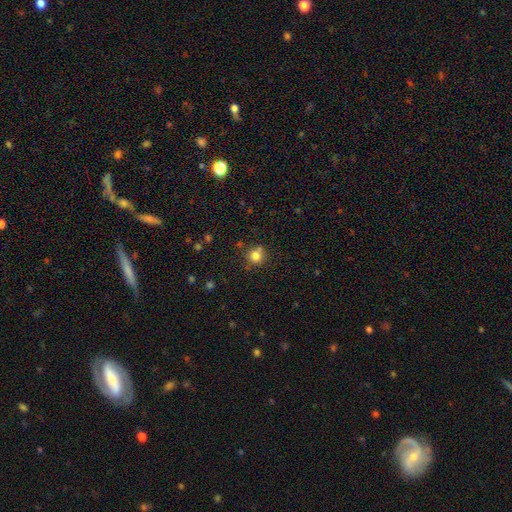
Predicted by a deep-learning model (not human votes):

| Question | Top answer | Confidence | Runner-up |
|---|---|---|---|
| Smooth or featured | smooth | 79% | star or artifact (13%) |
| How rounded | round | 89% | in between (10%) |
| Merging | none | 73% | minor disturbance (14%) |